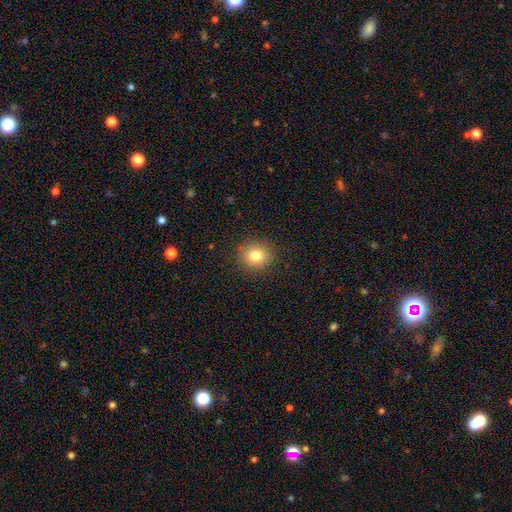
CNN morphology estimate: Smooth or featured?
  - smooth: 81% *
  - star or artifact: 12%
  - featured or disk: 7%
How rounded?
  - round: 84% *
  - in between: 15%
  - cigar-shaped: 1%
Merging?
  - none: 90% *
  - minor disturbance: 7%
  - major disturbance: 2%
  - merger: 1%